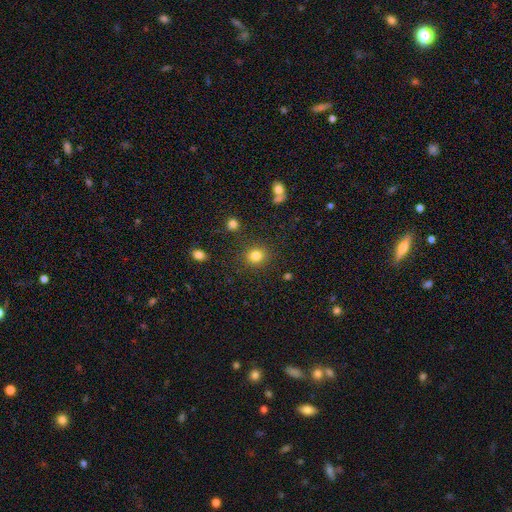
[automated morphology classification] Overall: smooth (82%). How rounded: round (84%). Merging: none (87%).